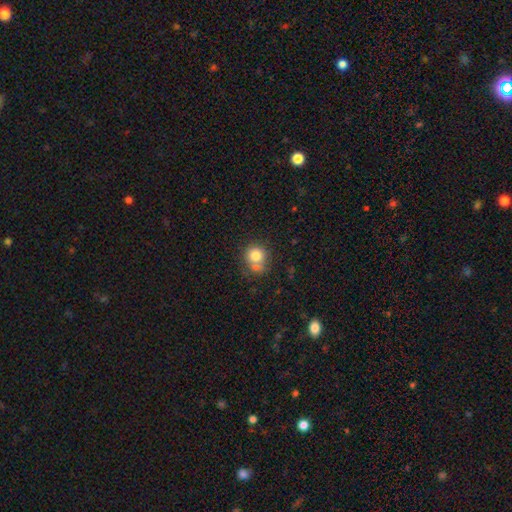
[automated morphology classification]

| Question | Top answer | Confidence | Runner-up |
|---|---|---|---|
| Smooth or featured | smooth | 79% | featured or disk (11%) |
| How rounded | round | 84% | in between (15%) |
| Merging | none | 54% | merger (23%) |